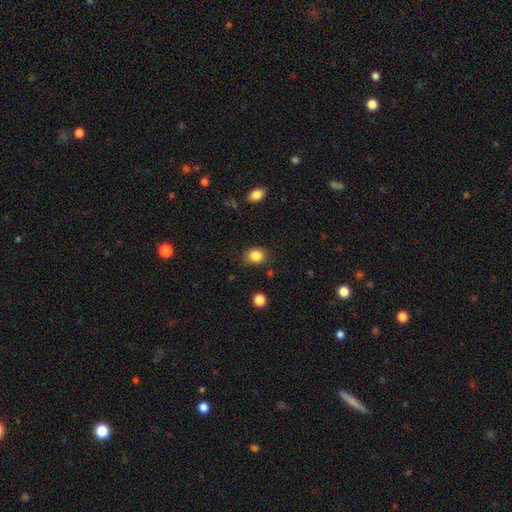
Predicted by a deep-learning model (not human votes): Morphology: type=smooth (85%); roundness=round (53%); merging=none (81%).